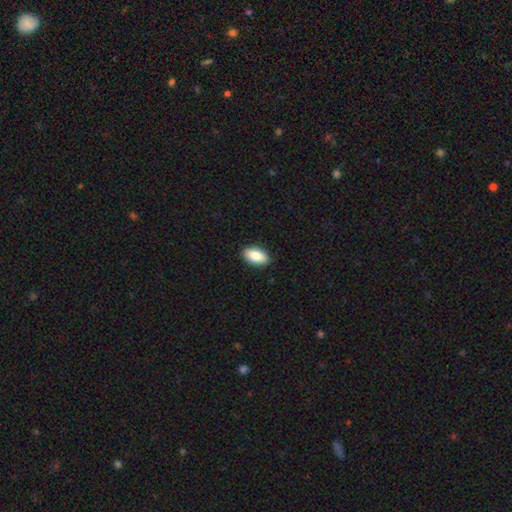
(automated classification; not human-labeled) A smooth galaxy with no disk features (86%) that is in between round and cigar-shaped (93%). Merging: none (90%).